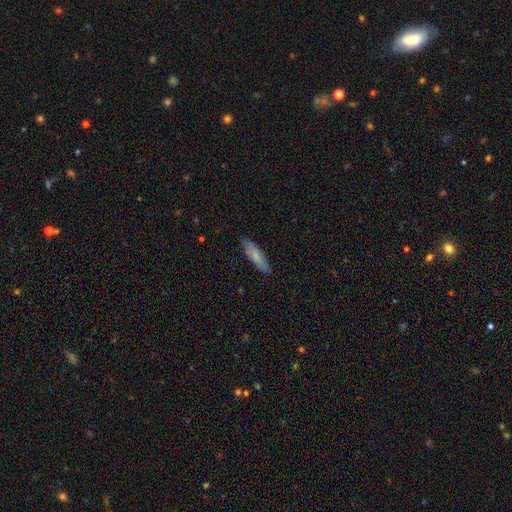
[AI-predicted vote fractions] Smooth or featured: smooth — 75% (featured or disk — 19%)
How rounded: cigar-shaped — 64% (in between — 34%)
Merging: none — 85% (minor disturbance — 12%)